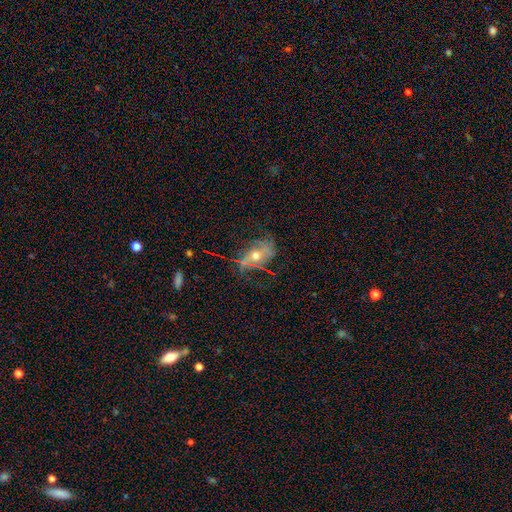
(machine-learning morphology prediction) Overall: featured or disk (65%). Edge-on disk: no (93%). Bar: no (70%). Spiral arms: yes (71%). Bulge size: moderate (75%). Merging: none (50%; minor disturbance 24%).